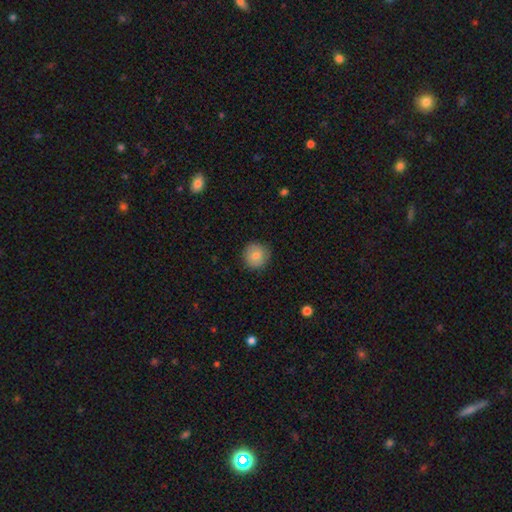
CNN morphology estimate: smooth-or-featured: smooth: 77% | featured or disk: 15% | star or artifact: 8%
  how-rounded: round: 94% | in between: 5% | cigar-shaped: 1%
  merging: none: 86% | minor disturbance: 11% | major disturbance: 2% | merger: 1%